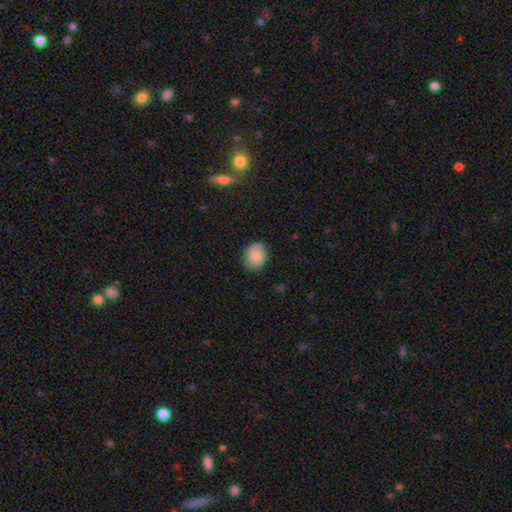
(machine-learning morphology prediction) Overall: smooth (83%). How rounded: in between (58%; round 41%). Merging: none (82%).